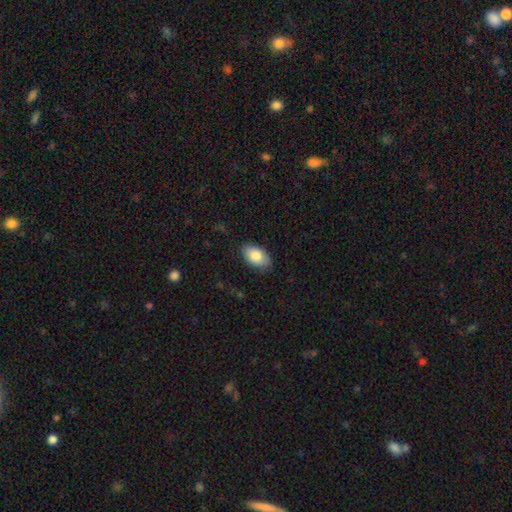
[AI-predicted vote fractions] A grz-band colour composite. It shows a smooth galaxy with no disk features (84%) that is in between round and cigar-shaped (94%). Merging: none (83%).